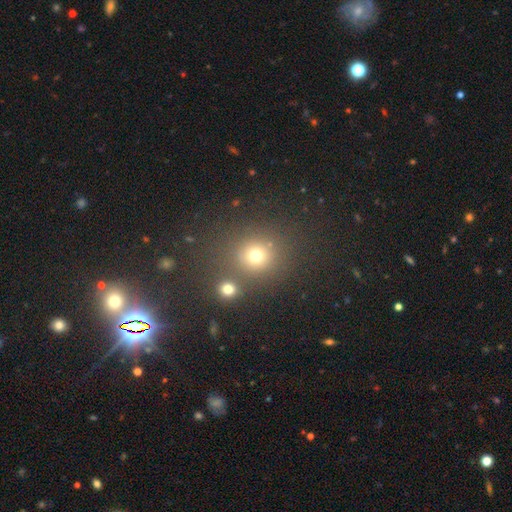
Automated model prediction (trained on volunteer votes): A smooth galaxy with no disk features (72%) that is round (83%).

Vote fractions:
- Smooth or featured? smooth: 72% / star or artifact: 19% / featured or disk: 9%
- How rounded? round: 83% / in between: 16% / cigar-shaped: 1%
- Merging? none: 68% / merger: 17% / minor disturbance: 9% / major disturbance: 5%